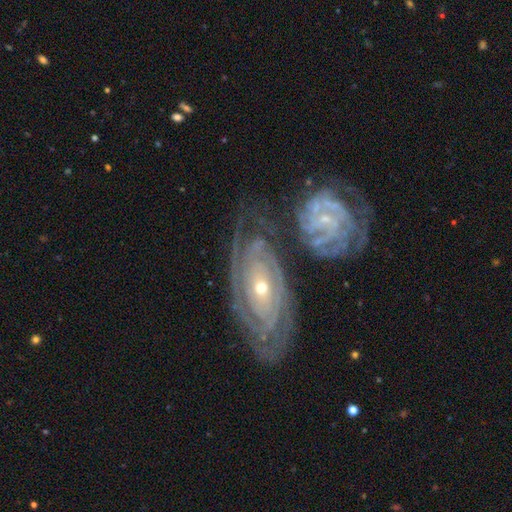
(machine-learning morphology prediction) Smooth or featured? Predicted: featured or disk (p=0.89). Edge-on disk? Predicted: no (p=0.94). Bar? Predicted: no (p=0.69). Spiral arms? Predicted: yes (p=0.96). Spiral winding? Predicted: tight (p=0.84). Spiral arm count? Predicted: can't tell (p=0.30). Bulge size? Predicted: small (p=0.67). Merging? Predicted: none (p=0.59).